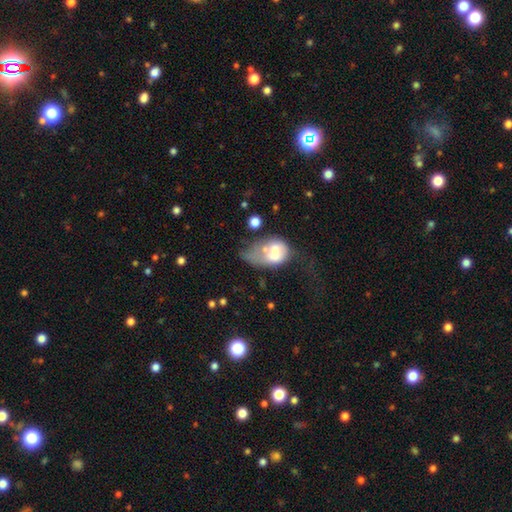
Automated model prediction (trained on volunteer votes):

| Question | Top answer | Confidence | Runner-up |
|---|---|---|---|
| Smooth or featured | smooth | 52% | featured or disk (35%) |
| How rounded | in between | 77% | round (21%) |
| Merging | major disturbance | 50% | merger (18%) |